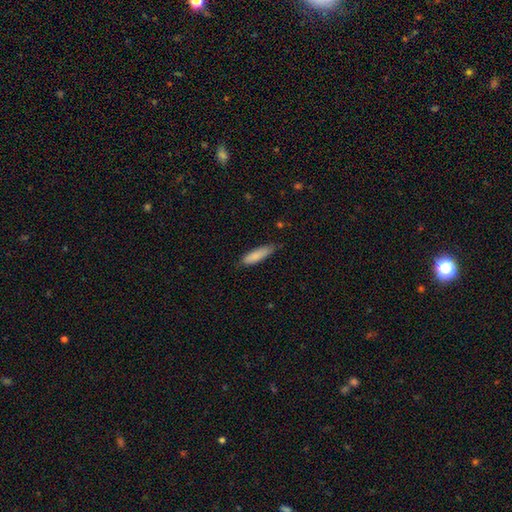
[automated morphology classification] type=smooth (85%); roundness=cigar-shaped (60%); merging=none (70%).